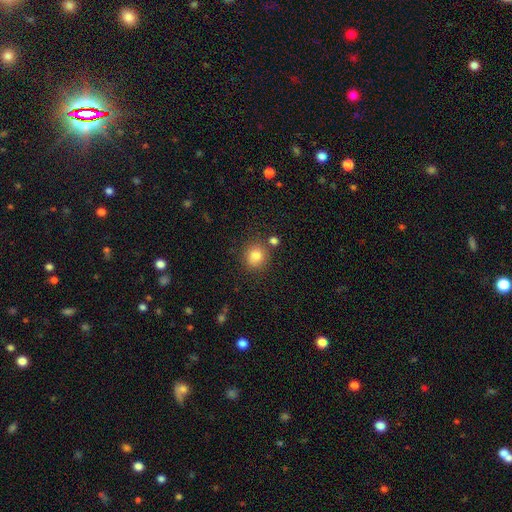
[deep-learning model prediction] smooth-or-featured: smooth: 83% | star or artifact: 11% | featured or disk: 6%
  how-rounded: round: 83% | in between: 16% | cigar-shaped: 1%
  merging: none: 78% | minor disturbance: 11% | merger: 8% | major disturbance: 3%